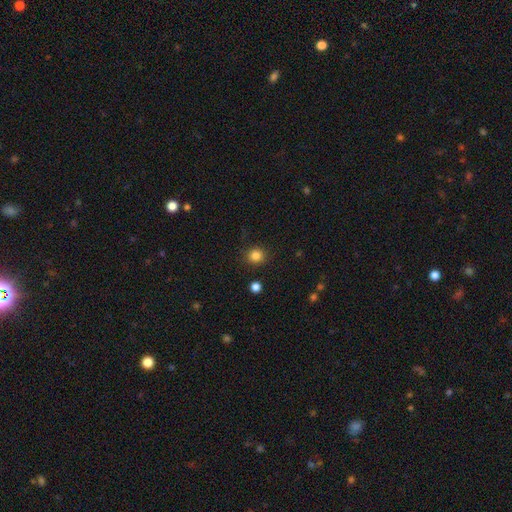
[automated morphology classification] Smooth or featured? smooth (84%)
How rounded? round (89%)
Merging? none (89%)